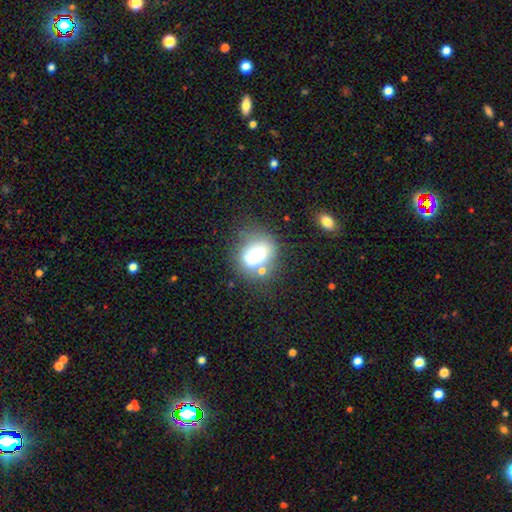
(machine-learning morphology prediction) A smooth galaxy with no disk features (66%) that is in between round and cigar-shaped (61%).

Vote fractions:
- Smooth or featured? smooth: 66% / featured or disk: 21% / star or artifact: 13%
- How rounded? in between: 61% / round: 36% / cigar-shaped: 3%
- Merging? none: 46% / merger: 21% / minor disturbance: 20% / major disturbance: 13%